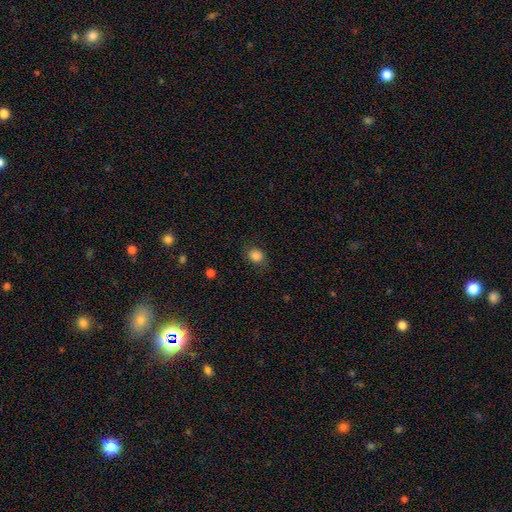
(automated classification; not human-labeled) This is clearly a smooth galaxy (84%). How rounded: likely round (69%). Merging: clearly none (82%).